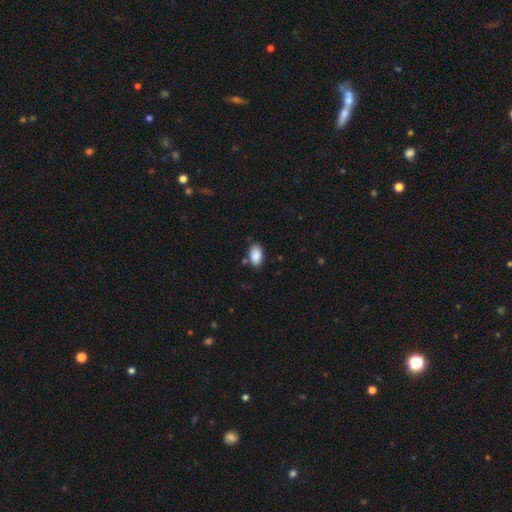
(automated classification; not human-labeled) This appears to be a smooth galaxy with no disk features (88%) that is in between round and cigar-shaped (94%). Merging: none (78%).